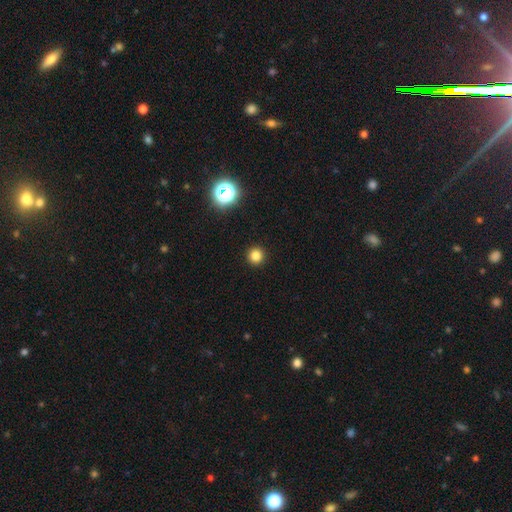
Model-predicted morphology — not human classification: A smooth galaxy with no disk features (81%) that is round (96%).

Vote fractions:
- Smooth or featured? smooth: 81% / star or artifact: 15% / featured or disk: 4%
- How rounded? round: 96% / in between: 3% / cigar-shaped: 1%
- Merging? none: 94% / minor disturbance: 4% / major disturbance: 2% / merger: 1%